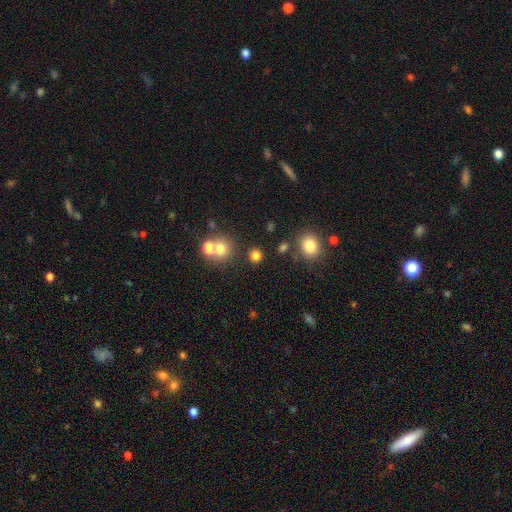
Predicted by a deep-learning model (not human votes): The model was most divided on "smooth or featured": smooth: 76%, star or artifact: 17%, featured or disk: 7%. More confident: how rounded — round (88%); merging — none (76%).